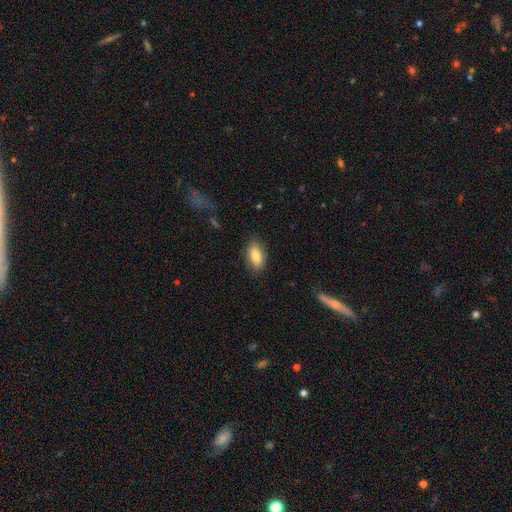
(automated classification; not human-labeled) A smooth galaxy with no disk features (81%) that is in between round and cigar-shaped (88%).

Vote fractions:
- Smooth or featured? smooth: 81% / featured or disk: 13% / star or artifact: 7%
- How rounded? in between: 88% / cigar-shaped: 8% / round: 4%
- Merging? none: 82% / minor disturbance: 14% / major disturbance: 3% / merger: 1%